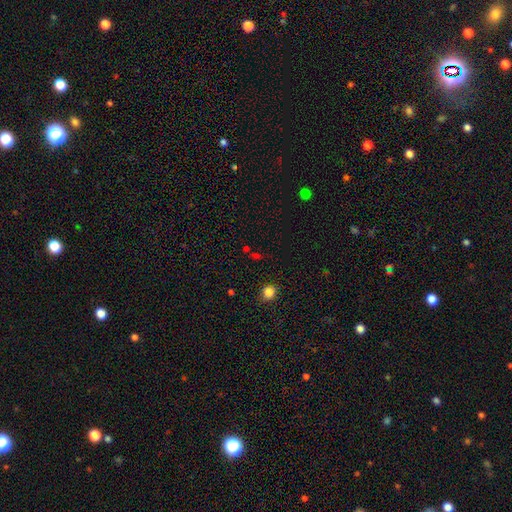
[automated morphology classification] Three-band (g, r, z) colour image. It shows a smooth galaxy with no disk features (52%) that is round (65%). Merging: none (77%).